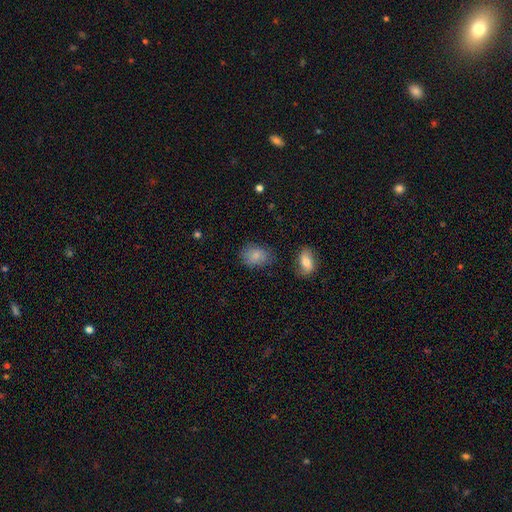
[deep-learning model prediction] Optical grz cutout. It shows a smooth galaxy with no disk features (83%) that is in between round and cigar-shaped (75%). Merging: none (73%).